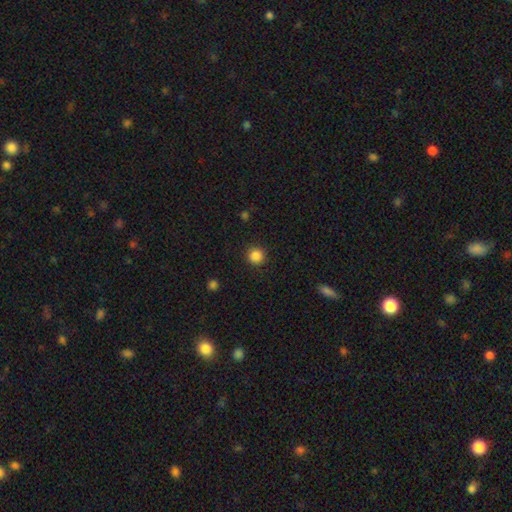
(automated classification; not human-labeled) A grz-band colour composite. It shows a smooth galaxy with no disk features (86%) that is round (95%). Merging: none (92%).